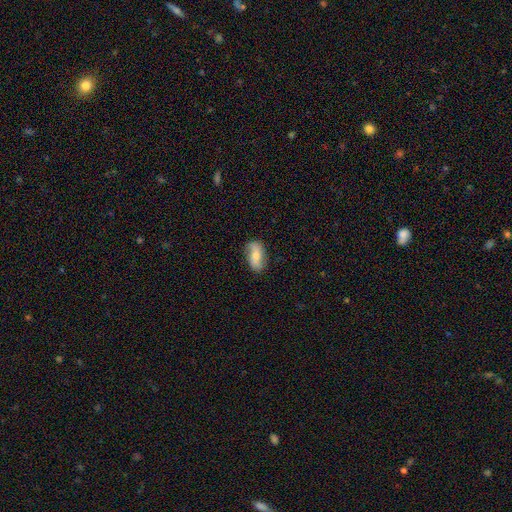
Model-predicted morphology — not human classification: Smooth or featured? Predicted: smooth (p=0.55). How rounded? Predicted: in between (p=0.87). Merging? Predicted: none (p=0.77).